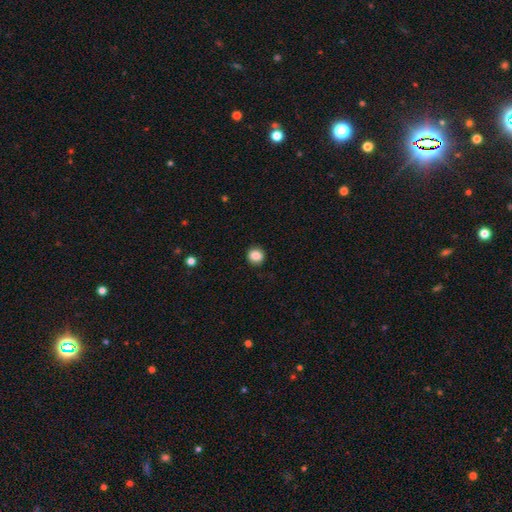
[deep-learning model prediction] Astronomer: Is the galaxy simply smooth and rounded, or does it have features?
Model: smooth — 87%.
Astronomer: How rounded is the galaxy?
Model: round — 88%.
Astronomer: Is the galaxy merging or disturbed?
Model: none — 90%.